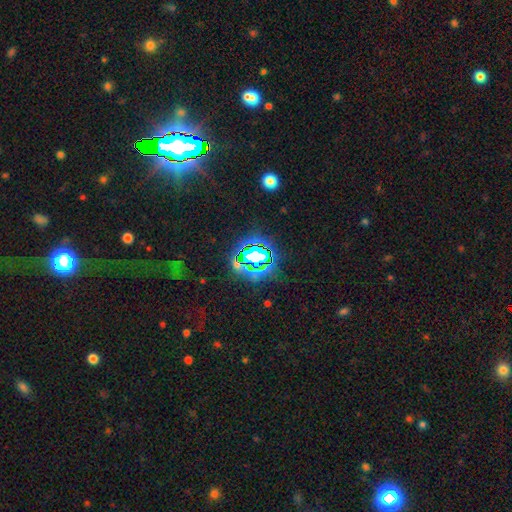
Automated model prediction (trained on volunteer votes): A star or artifact, not a galaxy (75%).

Vote fractions:
- Smooth or featured? star or artifact: 75% / smooth: 13% / featured or disk: 11%